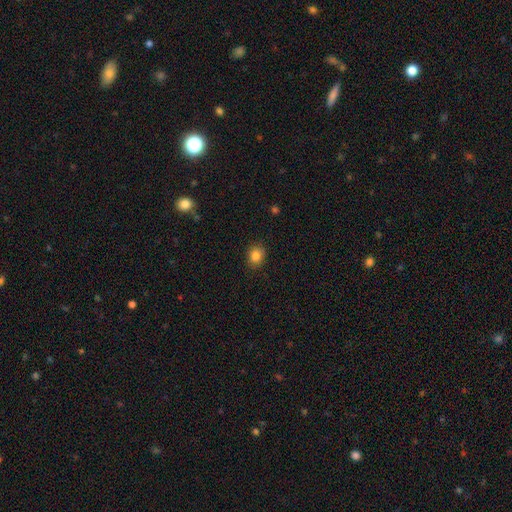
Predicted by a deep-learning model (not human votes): This appears to be a smooth galaxy with no disk features (84%) that is round (63%). Merging: none (88%).